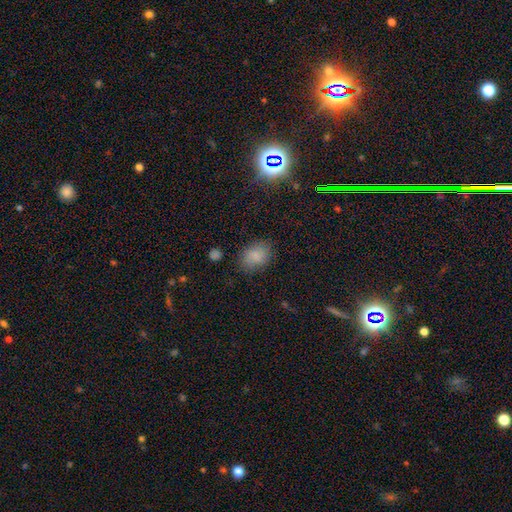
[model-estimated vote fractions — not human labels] Morphology: type=smooth (81%); roundness=in between (73%); merging=none (77%).